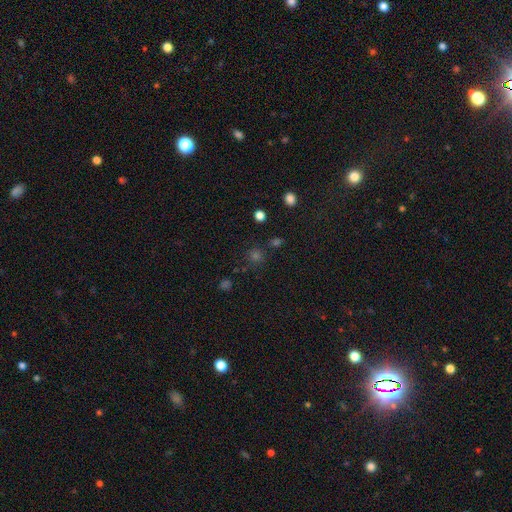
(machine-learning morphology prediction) A smooth galaxy with no disk features (54%) that is round (91%).

Vote fractions:
- Smooth or featured? smooth: 54% / star or artifact: 37% / featured or disk: 8%
- How rounded? round: 91% / in between: 8% / cigar-shaped: 1%
- Merging? none: 79% / minor disturbance: 10% / merger: 7% / major disturbance: 4%